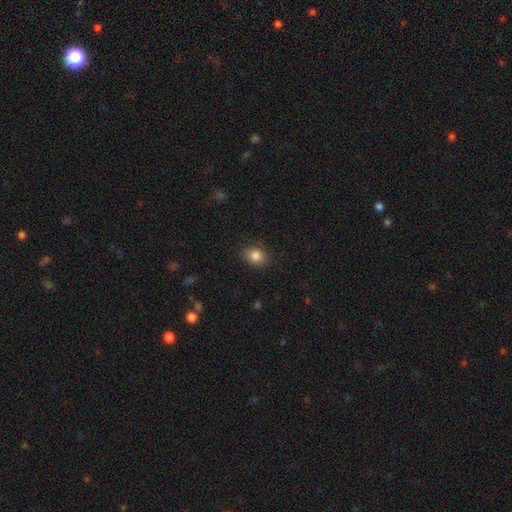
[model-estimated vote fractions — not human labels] smooth-or-featured: smooth: 85% | star or artifact: 10% | featured or disk: 5%
  how-rounded: round: 55% | in between: 44% | cigar-shaped: 1%
  merging: none: 85% | minor disturbance: 11% | major disturbance: 3% | merger: 1%